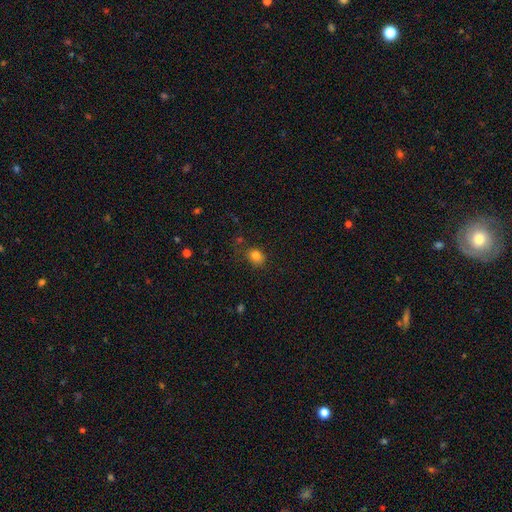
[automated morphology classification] Smooth or featured? smooth (81%)
How rounded? round (56%)
Merging? none (73%)